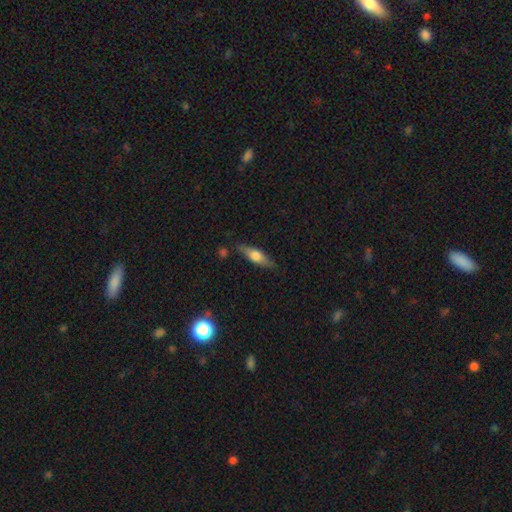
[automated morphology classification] Smooth or featured? smooth (48%)
Merging? none (80%)